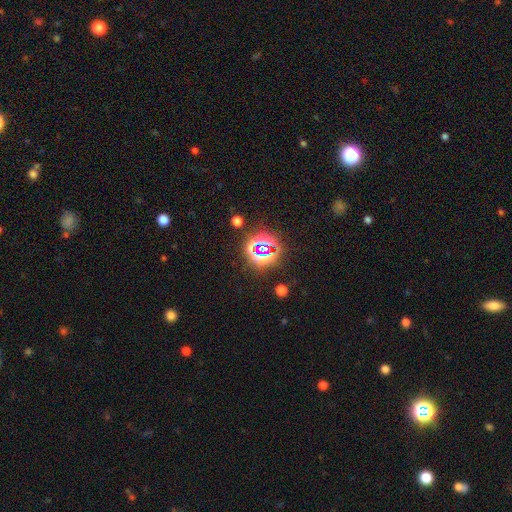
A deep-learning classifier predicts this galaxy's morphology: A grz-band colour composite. It shows a star or artifact, not a galaxy (79%).